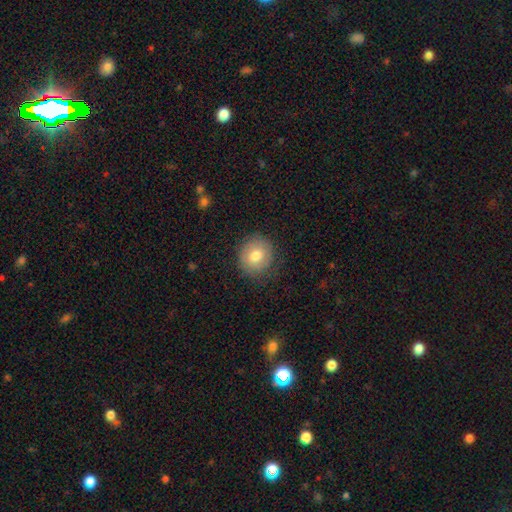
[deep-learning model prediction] Overall: smooth (75%). How rounded: round (82%). Merging: none (81%).